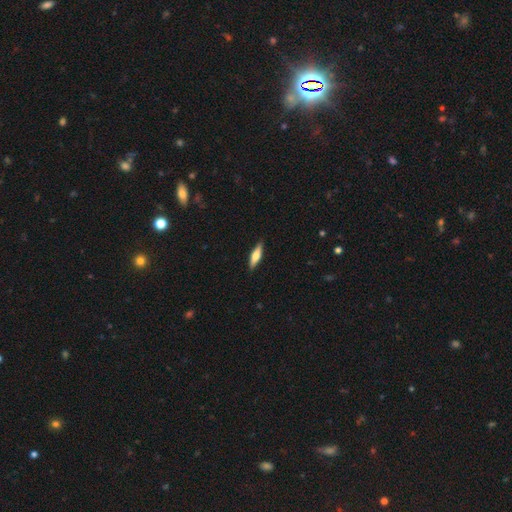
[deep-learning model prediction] Smooth or featured? smooth (53%)
How rounded? cigar-shaped (64%)
Merging? none (89%)